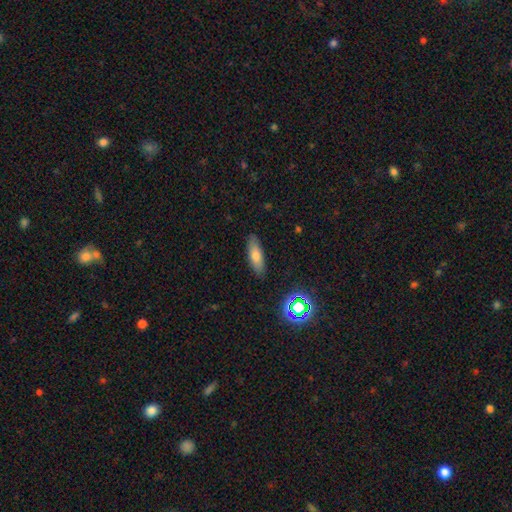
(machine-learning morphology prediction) type=smooth (71%); roundness=in between (54%); merging=none (87%).